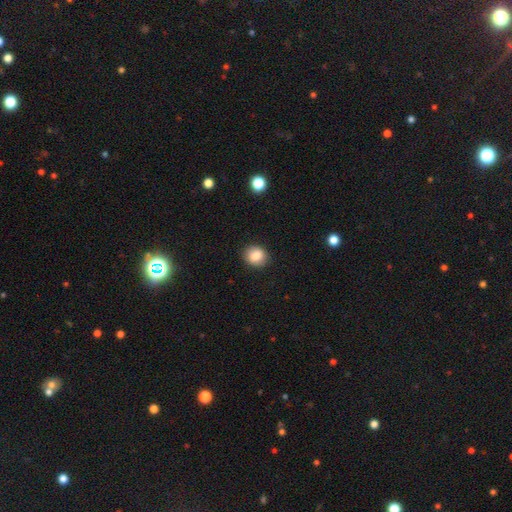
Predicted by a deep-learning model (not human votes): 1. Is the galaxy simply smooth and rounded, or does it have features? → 85% smooth, 9% star or artifact, 6% featured or disk.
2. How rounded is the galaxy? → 73% round, 26% in between, 1% cigar-shaped.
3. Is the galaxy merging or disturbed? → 88% none, 8% minor disturbance, 2% major disturbance, 1% merger.